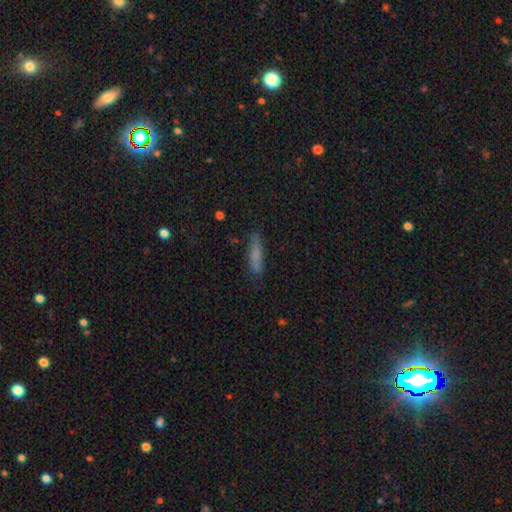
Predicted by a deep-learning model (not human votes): This appears to be a smooth galaxy with no disk features (73%) that is cigar-shaped (82%). Merging: none (77%).